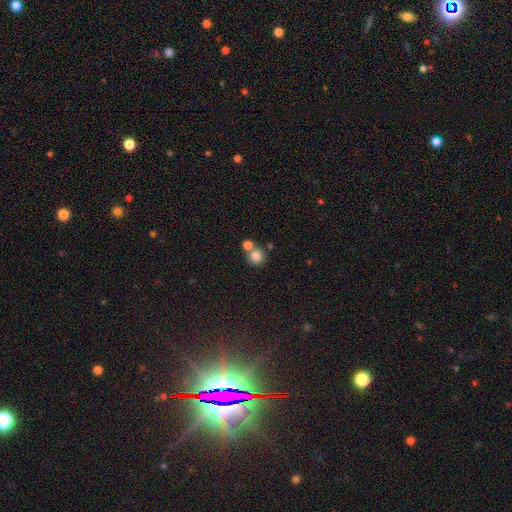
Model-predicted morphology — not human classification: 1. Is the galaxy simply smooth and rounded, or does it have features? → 80% smooth, 10% star or artifact, 10% featured or disk.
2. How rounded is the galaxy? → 86% round, 13% in between, 1% cigar-shaped.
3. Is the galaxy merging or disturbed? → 47% none, 43% merger, 7% minor disturbance, 3% major disturbance.